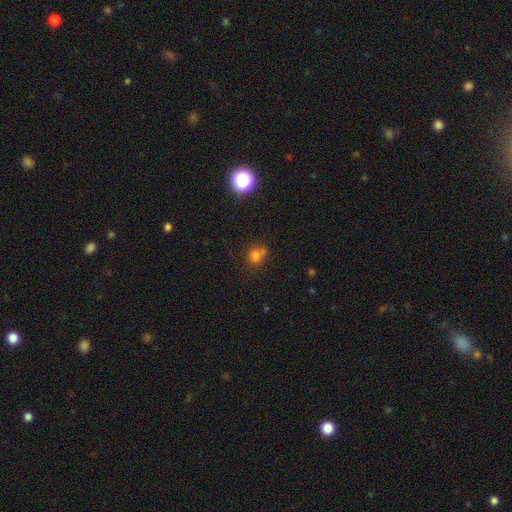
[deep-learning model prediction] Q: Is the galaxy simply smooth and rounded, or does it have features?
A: smooth — 73%.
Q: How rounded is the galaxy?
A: round — 79%.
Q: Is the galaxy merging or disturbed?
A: none — 53%.